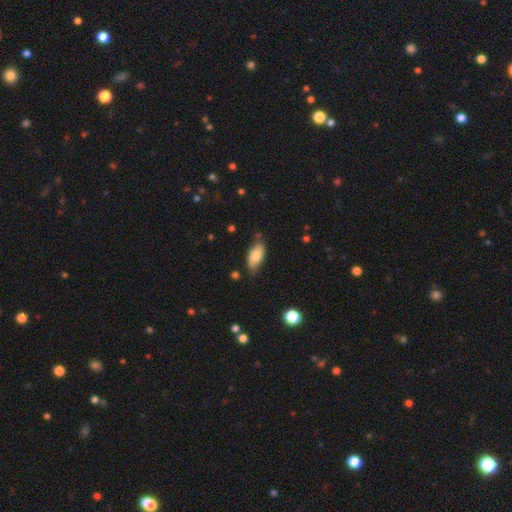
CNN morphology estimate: smooth 74%, featured or disk 20%, star or artifact 7%. Down the decision tree: how rounded — in between (89%); merging — none (72%).